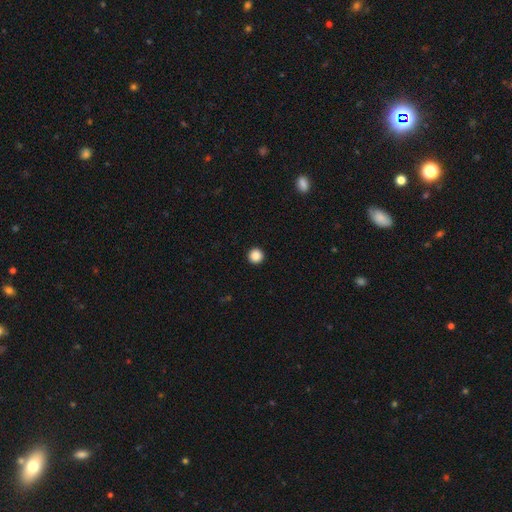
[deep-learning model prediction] Smooth or featured?
  - smooth: 88% *
  - star or artifact: 10%
  - featured or disk: 2%
How rounded?
  - round: 97% *
  - in between: 3%
  - cigar-shaped: 1%
Merging?
  - none: 94% *
  - minor disturbance: 4%
  - major disturbance: 1%
  - merger: 1%